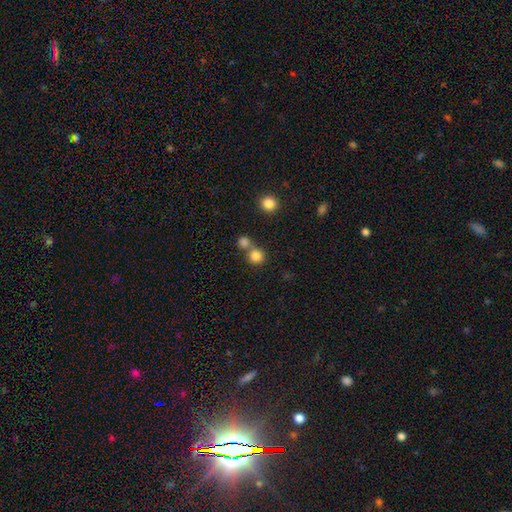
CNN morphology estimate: Smooth or featured?
  - smooth: 81% *
  - star or artifact: 13%
  - featured or disk: 6%
How rounded?
  - round: 90% *
  - in between: 9%
  - cigar-shaped: 1%
Merging?
  - none: 56% *
  - merger: 35%
  - minor disturbance: 6%
  - major disturbance: 3%